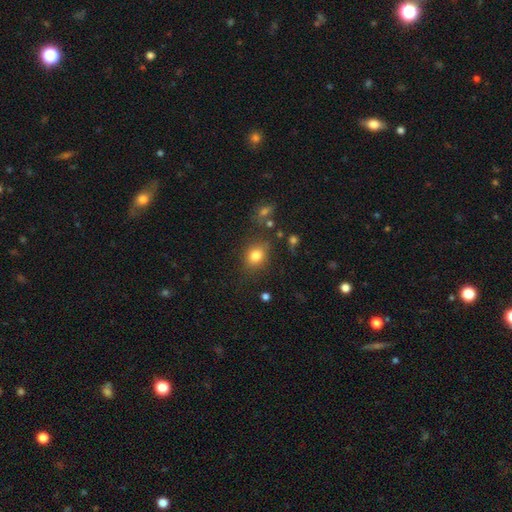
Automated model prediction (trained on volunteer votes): Smooth or featured: smooth — 80% (star or artifact — 12%)
How rounded: round — 55% (in between — 44%)
Merging: none — 77% (minor disturbance — 14%)